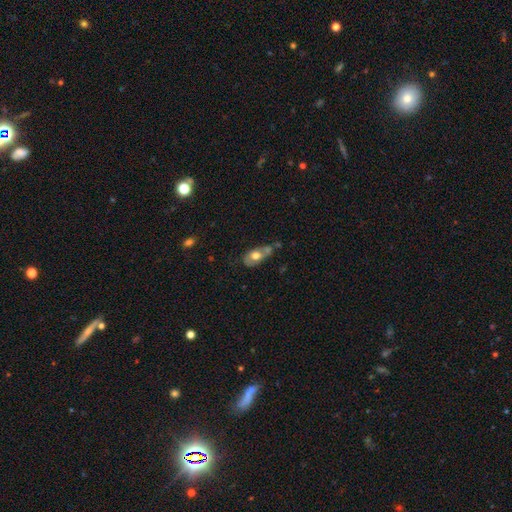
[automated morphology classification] smooth-or-featured: smooth: 56% | featured or disk: 37% | star or artifact: 7%
  how-rounded: in between: 84% | round: 9% | cigar-shaped: 7%
  merging: none: 37% | minor disturbance: 32% | merger: 16% | major disturbance: 14%